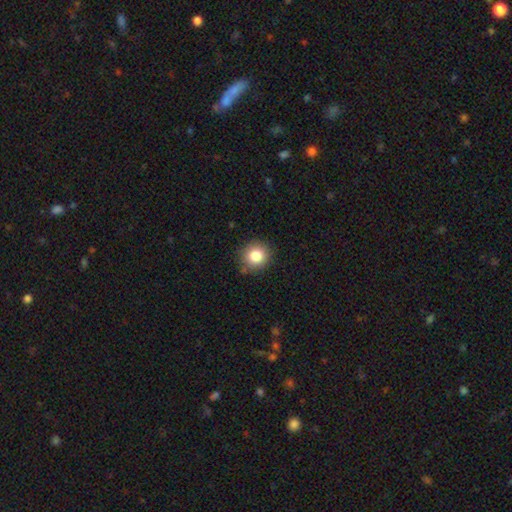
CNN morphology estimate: A smooth galaxy with no disk features (83%) that is round (90%). Merging: none (87%).